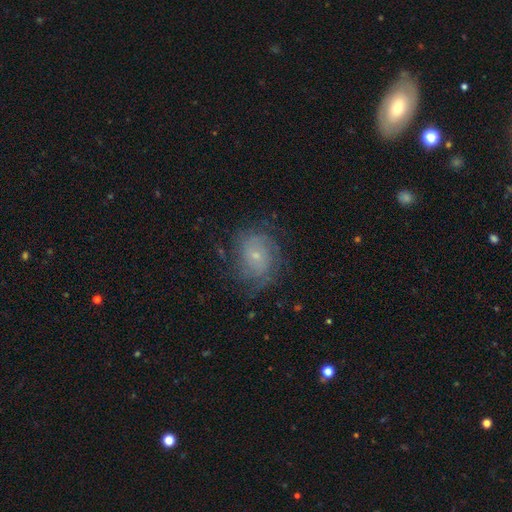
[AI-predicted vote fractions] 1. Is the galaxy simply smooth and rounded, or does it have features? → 65% featured or disk, 23% smooth, 12% star or artifact.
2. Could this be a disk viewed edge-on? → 97% no, 3% yes.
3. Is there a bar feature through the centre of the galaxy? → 73% no, 23% weak, 4% strong.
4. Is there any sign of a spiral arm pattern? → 87% yes, 13% no.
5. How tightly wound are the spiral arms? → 49% tight, 35% medium, 15% loose.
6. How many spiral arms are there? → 45% can't tell, 24% 2, 13% 3, 8% 4, 5% 1, 5% more than 4.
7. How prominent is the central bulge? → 74% small, 19% moderate, 4% none, 2% large, 1% dominant.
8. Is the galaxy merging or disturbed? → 68% none, 19% minor disturbance, 12% major disturbance, 1% merger.